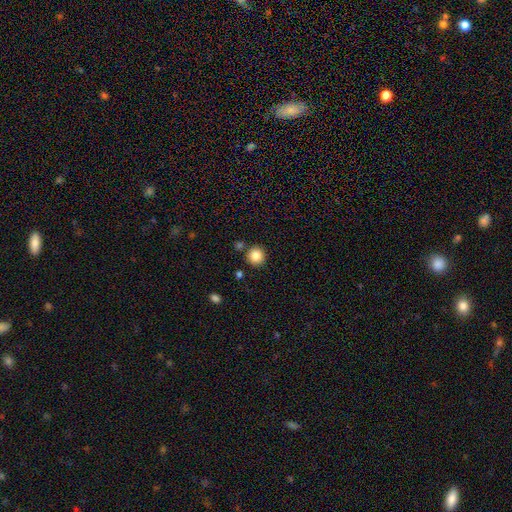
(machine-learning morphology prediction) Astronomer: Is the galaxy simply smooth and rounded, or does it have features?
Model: smooth — 85%.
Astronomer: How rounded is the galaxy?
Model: round — 94%.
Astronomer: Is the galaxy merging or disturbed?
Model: none — 86%.